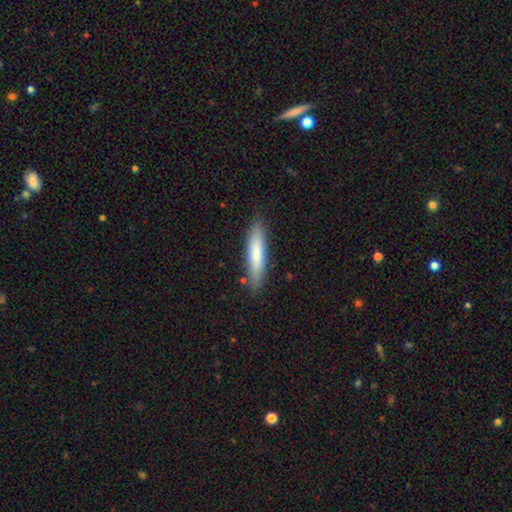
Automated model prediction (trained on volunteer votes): Smooth or featured? smooth (76%)
How rounded? cigar-shaped (79%)
Merging? none (85%)